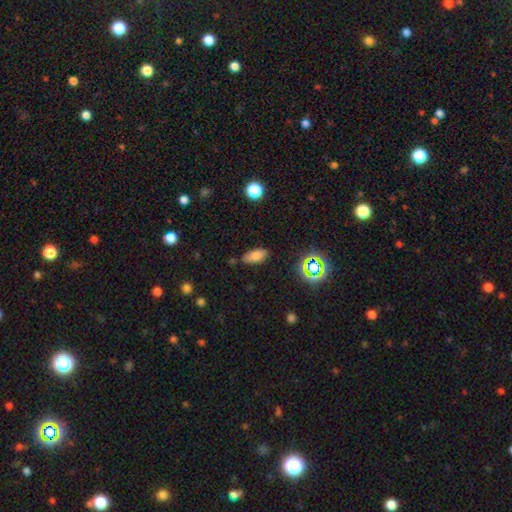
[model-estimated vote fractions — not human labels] This appears to be a smooth galaxy with no disk features (76%) that is in between round and cigar-shaped (88%). Merging: none (81%).